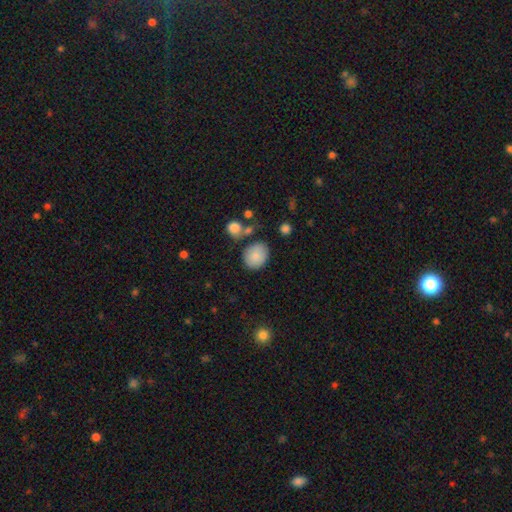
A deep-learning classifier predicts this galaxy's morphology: This is clearly a smooth galaxy (85%). How rounded: likely round (61%). Merging: likely none (73%).